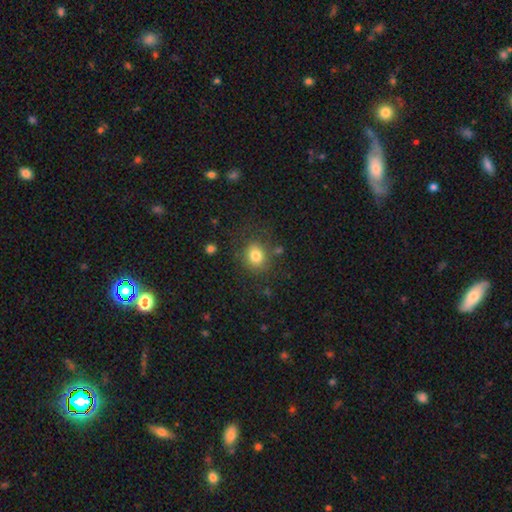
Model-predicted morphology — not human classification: smooth 80%, star or artifact 11%, featured or disk 8%. Down the decision tree: how rounded — round (72%); merging — none (76%).